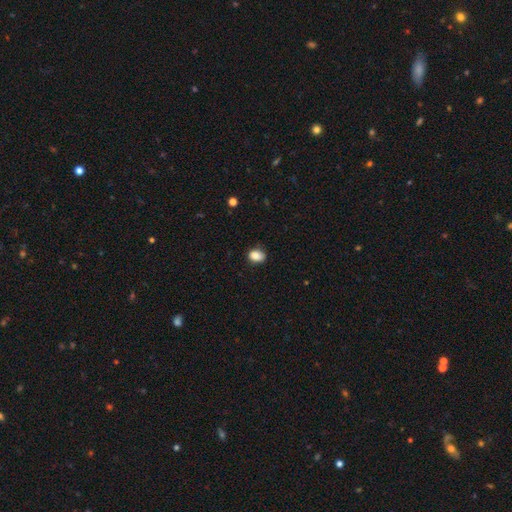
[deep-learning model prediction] smooth-or-featured: smooth: 87% | star or artifact: 9% | featured or disk: 4%
  how-rounded: in between: 66% | round: 33% | cigar-shaped: 1%
  merging: none: 75% | minor disturbance: 20% | major disturbance: 3% | merger: 1%